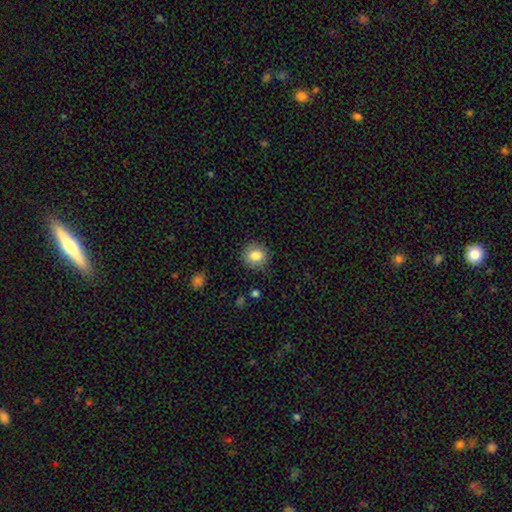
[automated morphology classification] type=smooth (83%); roundness=round (84%); merging=none (82%).